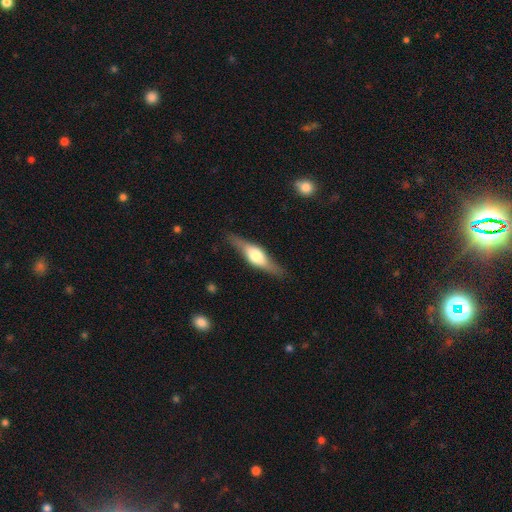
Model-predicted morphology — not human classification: Smooth or featured? Predicted: featured or disk (p=0.62). Edge-on disk? Predicted: yes (p=0.91). Edge-on bulge? Predicted: rounded (p=0.89). Merging? Predicted: none (p=0.83).